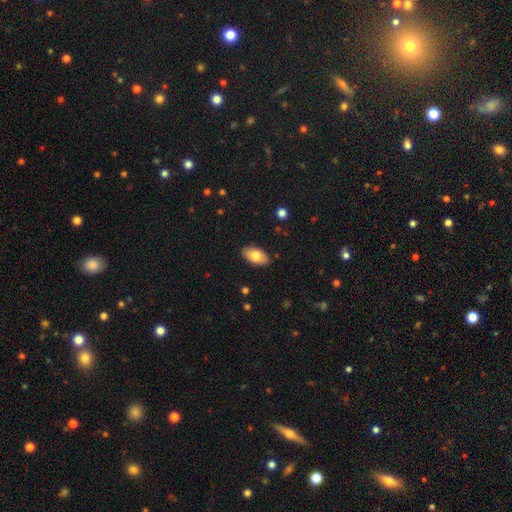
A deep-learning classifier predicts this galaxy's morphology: A smooth galaxy with no disk features (79%) that is in between round and cigar-shaped (94%). Merging: none (88%).